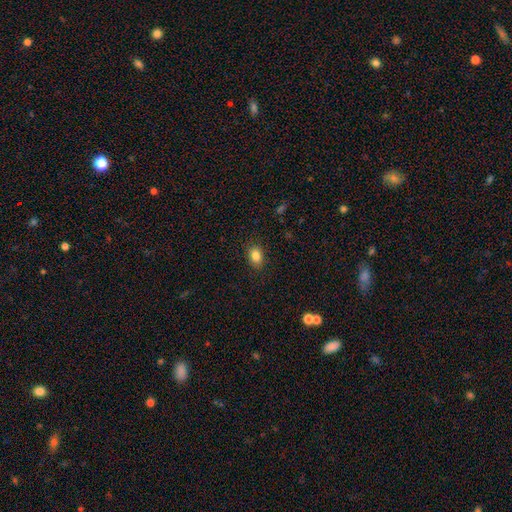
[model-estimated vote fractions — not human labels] smooth_or_featured: smooth (p=0.85) [alt: star or artifact p=0.09]
how_rounded: in between (p=0.78) [alt: round p=0.20]
merging: none (p=0.87) [alt: minor disturbance p=0.09]